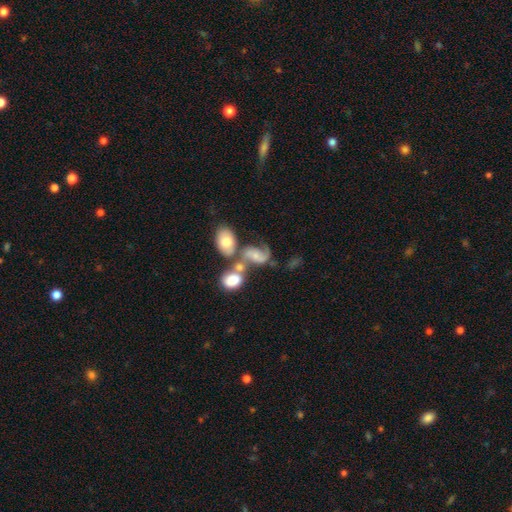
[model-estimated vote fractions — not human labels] This appears to be a featured or disk galaxy (63%) with no bar (57%), 2 (81%) loose (59%) spiral arms (88%) and a small central bulge (43%). Merging: merger (41%).